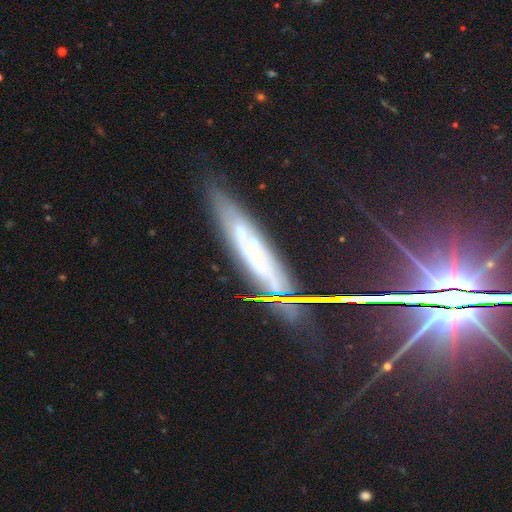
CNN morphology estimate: type=featured or disk (55%); edge-on=yes (64%); merging=none (76%).